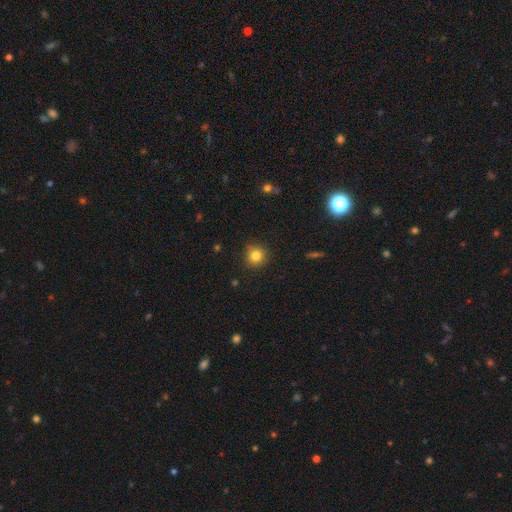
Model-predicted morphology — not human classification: smooth-or-featured: smooth: 82% | star or artifact: 12% | featured or disk: 6%
  how-rounded: round: 92% | in between: 7% | cigar-shaped: 1%
  merging: none: 87% | minor disturbance: 10% | major disturbance: 2% | merger: 1%